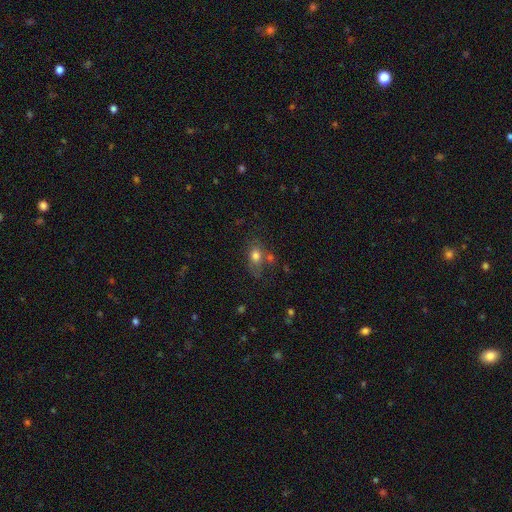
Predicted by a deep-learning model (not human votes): Smooth or featured?
  - smooth: 74% *
  - featured or disk: 16%
  - star or artifact: 11%
How rounded?
  - in between: 75% *
  - round: 21%
  - cigar-shaped: 3%
Merging?
  - none: 52% *
  - minor disturbance: 22%
  - merger: 15%
  - major disturbance: 11%